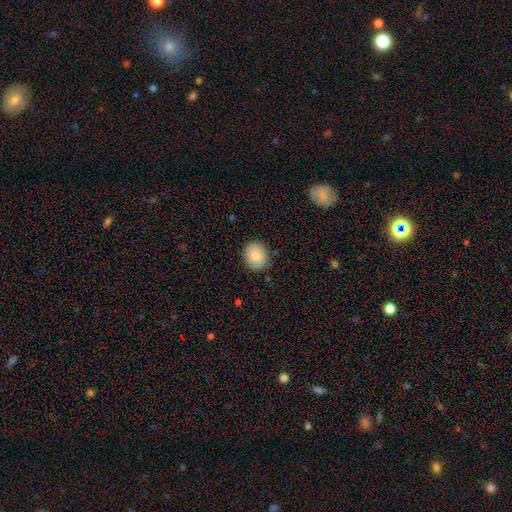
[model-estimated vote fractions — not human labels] Smooth or featured?
  - smooth: 77% *
  - featured or disk: 15%
  - star or artifact: 9%
How rounded?
  - round: 71% *
  - in between: 28%
  - cigar-shaped: 1%
Merging?
  - none: 80% *
  - minor disturbance: 15%
  - major disturbance: 3%
  - merger: 1%